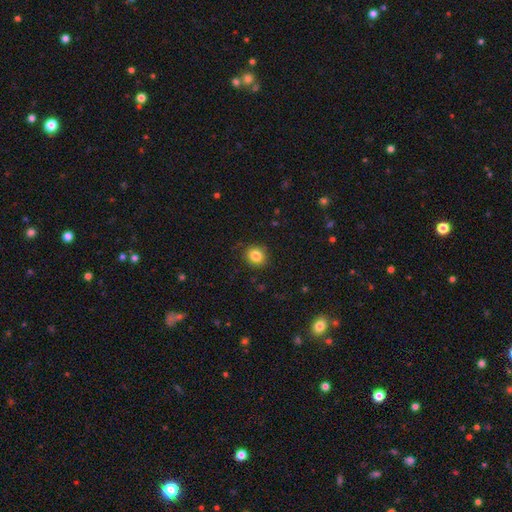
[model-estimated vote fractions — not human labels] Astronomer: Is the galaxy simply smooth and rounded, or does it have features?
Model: smooth — 84%.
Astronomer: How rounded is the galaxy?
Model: round — 85%.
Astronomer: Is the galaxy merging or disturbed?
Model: none — 88%.